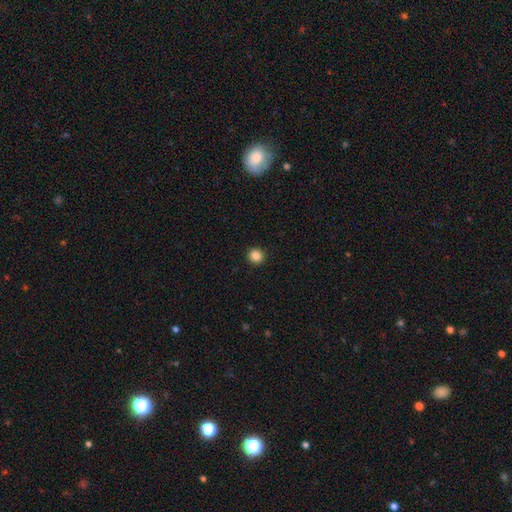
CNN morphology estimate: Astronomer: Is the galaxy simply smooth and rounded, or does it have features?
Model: smooth — 86%.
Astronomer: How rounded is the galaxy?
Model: round — 92%.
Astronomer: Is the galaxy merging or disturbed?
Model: none — 93%.